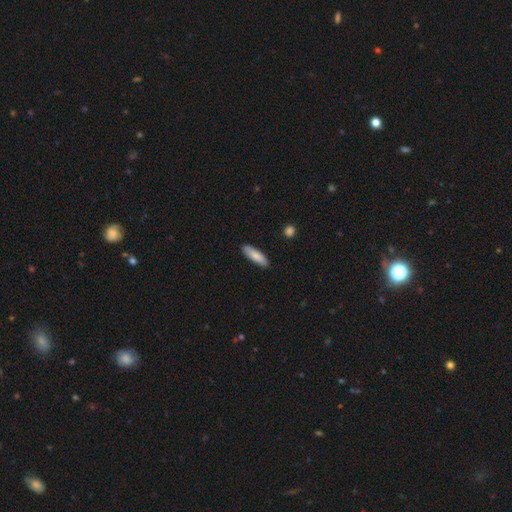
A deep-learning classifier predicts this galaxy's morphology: Smooth or featured? Predicted: smooth (p=0.84). How rounded? Predicted: cigar-shaped (p=0.60). Merging? Predicted: none (p=0.88).